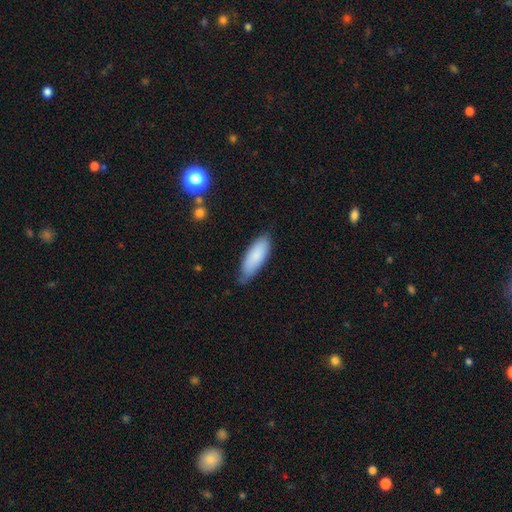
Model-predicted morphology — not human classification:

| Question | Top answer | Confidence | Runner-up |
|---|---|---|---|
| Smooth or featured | smooth | 85% | featured or disk (9%) |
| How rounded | in between | 70% | cigar-shaped (29%) |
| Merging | none | 76% | minor disturbance (19%) |